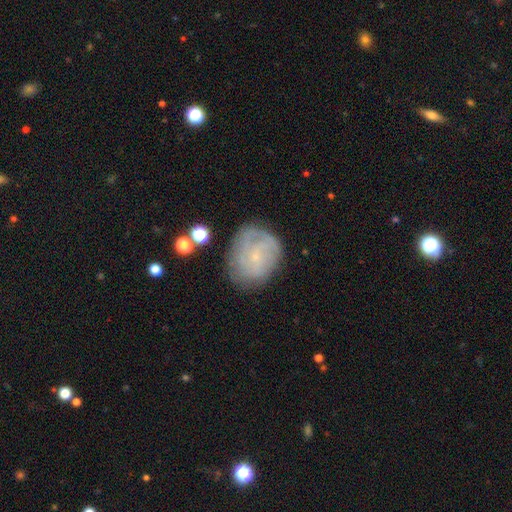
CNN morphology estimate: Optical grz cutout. It shows a featured or disk galaxy (62%) with no bar (72%), spiral arms (82%) and a small central bulge (81%). Merging: none (67%).